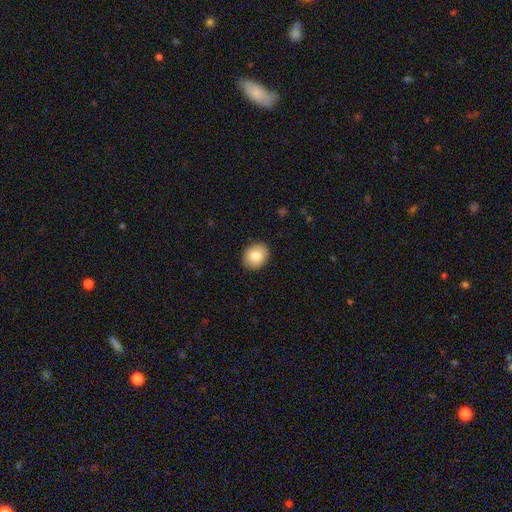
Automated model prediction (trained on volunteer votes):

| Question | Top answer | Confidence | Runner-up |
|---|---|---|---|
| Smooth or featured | smooth | 83% | featured or disk (9%) |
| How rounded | round | 61% | in between (38%) |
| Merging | none | 90% | minor disturbance (7%) |